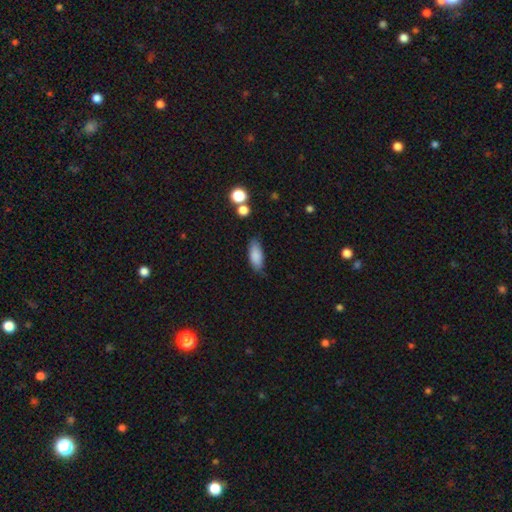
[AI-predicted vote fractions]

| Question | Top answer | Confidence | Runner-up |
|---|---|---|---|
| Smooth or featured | smooth | 86% | star or artifact (7%) |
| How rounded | in between | 77% | cigar-shaped (20%) |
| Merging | none | 78% | minor disturbance (16%) |